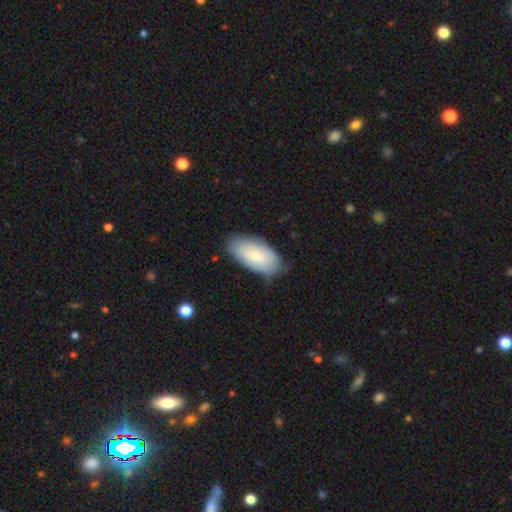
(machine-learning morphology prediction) Q: Smooth or featured?
A: smooth (62%); runner-up: featured or disk (32%)
Q: How rounded?
A: in between (93%); runner-up: cigar-shaped (4%)
Q: Merging?
A: none (74%); runner-up: minor disturbance (21%)